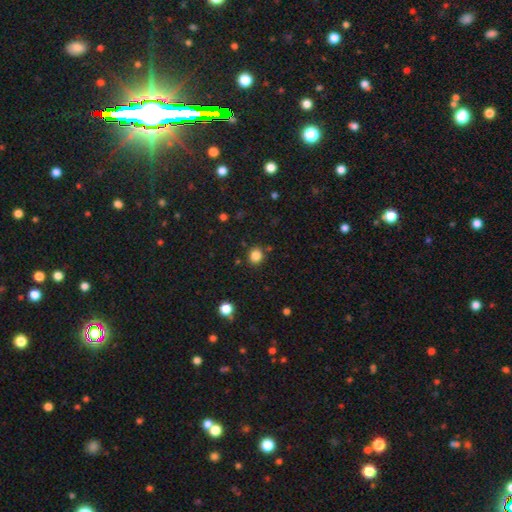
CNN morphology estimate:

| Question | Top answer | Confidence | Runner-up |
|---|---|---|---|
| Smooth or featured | smooth | 84% | star or artifact (12%) |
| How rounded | round | 84% | in between (15%) |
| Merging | none | 86% | minor disturbance (8%) |